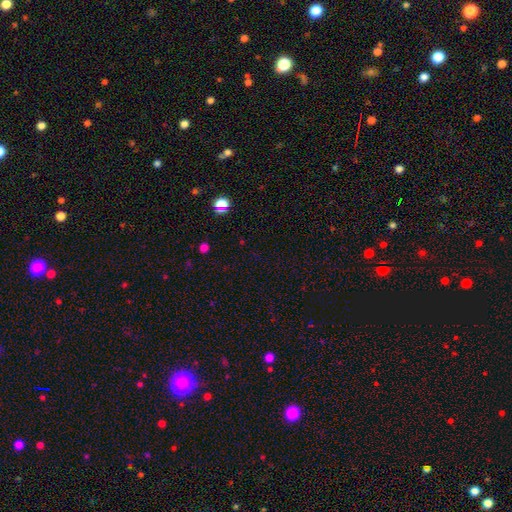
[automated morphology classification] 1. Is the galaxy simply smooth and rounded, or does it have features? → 67% star or artifact, 26% smooth, 7% featured or disk.